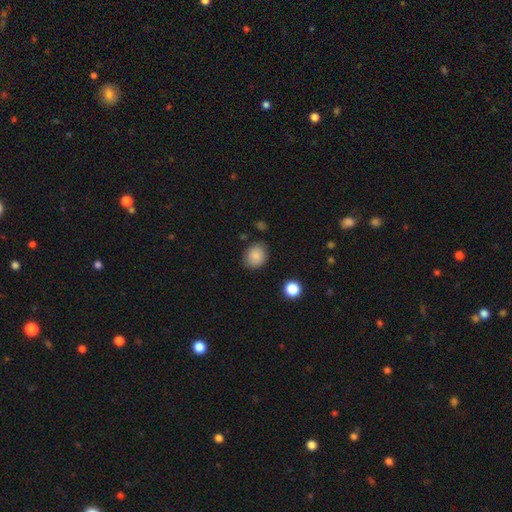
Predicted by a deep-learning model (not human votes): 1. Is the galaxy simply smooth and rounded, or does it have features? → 86% smooth, 9% star or artifact, 5% featured or disk.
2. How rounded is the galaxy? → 62% round, 37% in between, 1% cigar-shaped.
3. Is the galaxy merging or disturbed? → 82% none, 13% minor disturbance, 3% major disturbance, 2% merger.